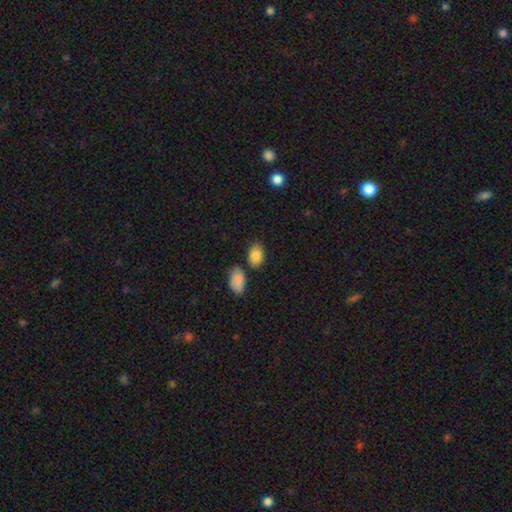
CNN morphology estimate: Q: Smooth or featured?
A: smooth (86%); runner-up: star or artifact (8%)
Q: How rounded?
A: in between (85%); runner-up: round (14%)
Q: Merging?
A: none (74%); runner-up: minor disturbance (14%)